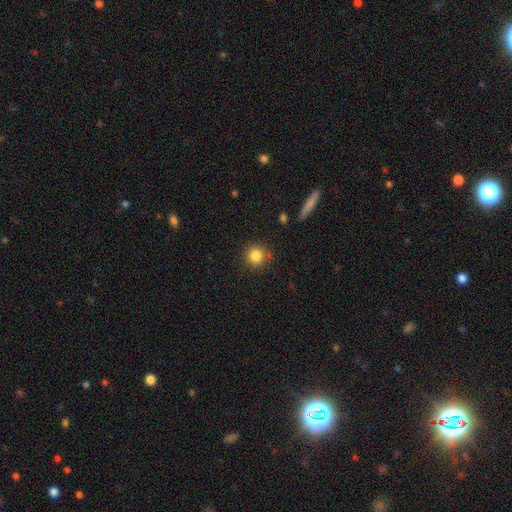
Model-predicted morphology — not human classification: This is clearly a smooth galaxy (84%). How rounded: clearly round (92%). Merging: clearly none (85%).